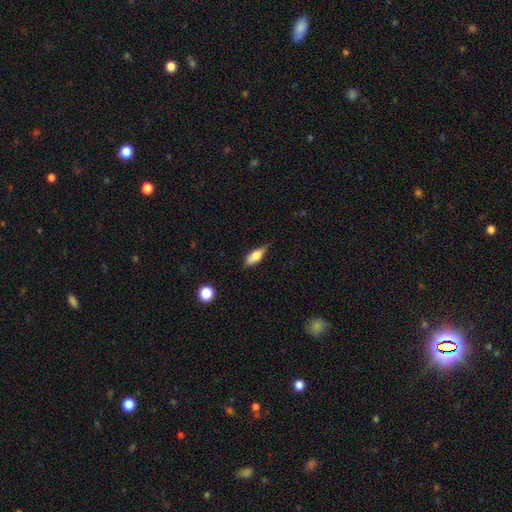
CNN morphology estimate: A smooth galaxy with no disk features (66%) that is in between round and cigar-shaped (68%). Merging: none (60%).